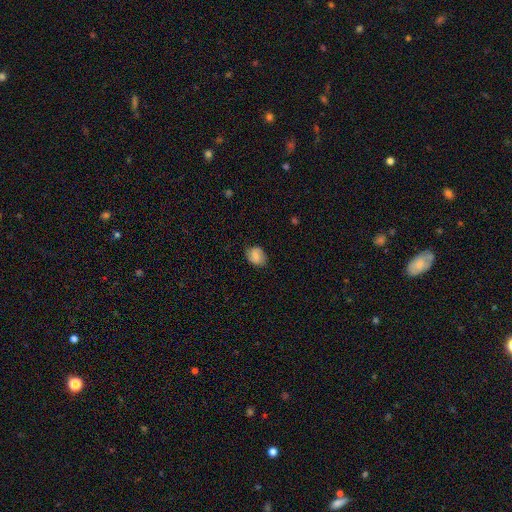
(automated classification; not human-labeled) smooth-or-featured: smooth: 69% | featured or disk: 22% | star or artifact: 9%
  how-rounded: in between: 61% | round: 37% | cigar-shaped: 1%
  merging: none: 76% | minor disturbance: 18% | major disturbance: 4% | merger: 1%